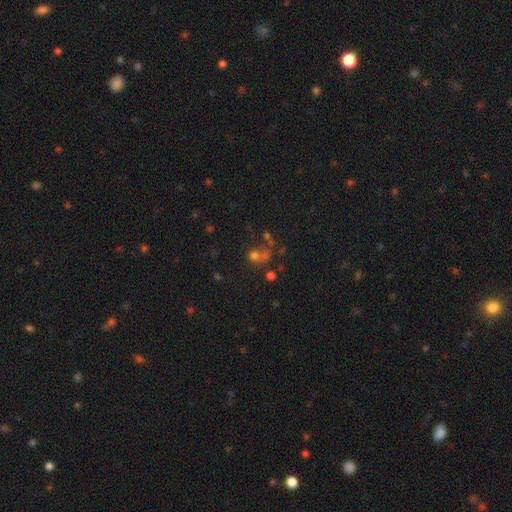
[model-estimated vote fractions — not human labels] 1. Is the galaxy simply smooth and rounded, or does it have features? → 52% smooth, 30% star or artifact, 18% featured or disk.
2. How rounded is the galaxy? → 77% round, 22% in between, 1% cigar-shaped.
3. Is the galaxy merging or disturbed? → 41% none, 38% merger, 11% major disturbance, 10% minor disturbance.